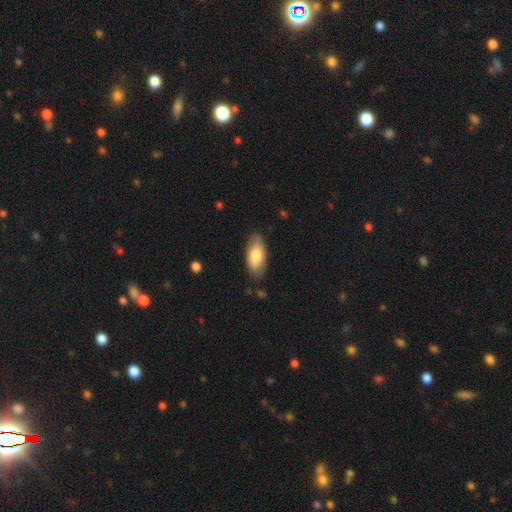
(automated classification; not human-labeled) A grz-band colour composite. It shows a smooth galaxy with no disk features (78%) that is in between round and cigar-shaped (89%). Merging: none (81%).